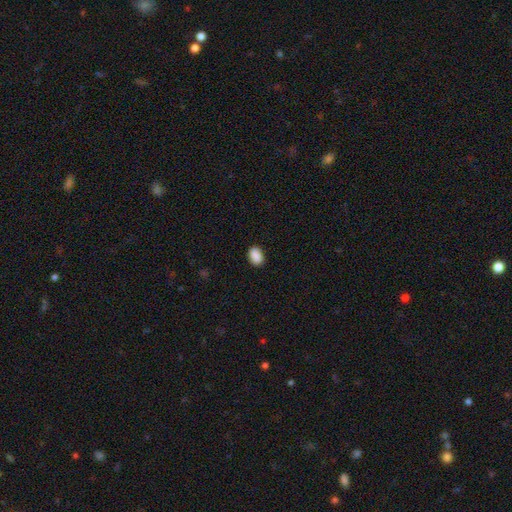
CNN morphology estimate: The model was most divided on "how rounded": in between: 81%, round: 18%, cigar-shaped: 1%. More confident: smooth or featured — smooth (90%); merging — none (88%).